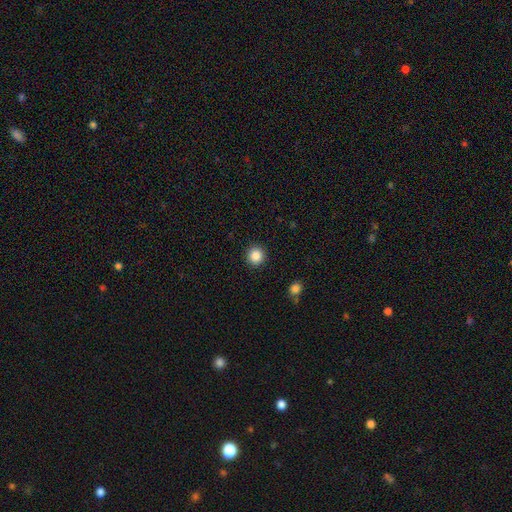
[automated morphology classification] This is clearly a smooth galaxy (87%). How rounded: clearly round (94%). Merging: clearly none (92%).